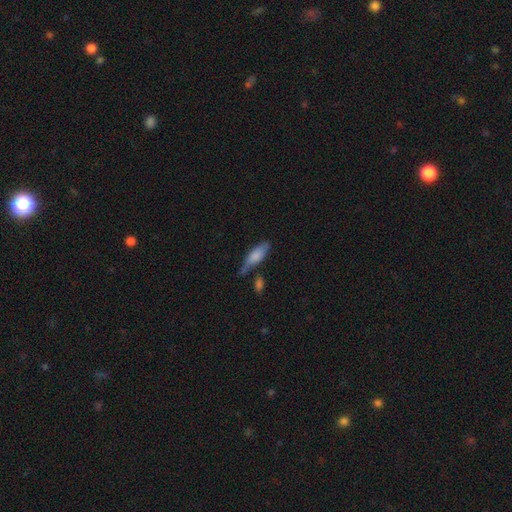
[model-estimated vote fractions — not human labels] smooth-or-featured: smooth: 76% | featured or disk: 17% | star or artifact: 7%
  how-rounded: in between: 63% | cigar-shaped: 35% | round: 3%
  merging: none: 43% | minor disturbance: 29% | merger: 17% | major disturbance: 11%